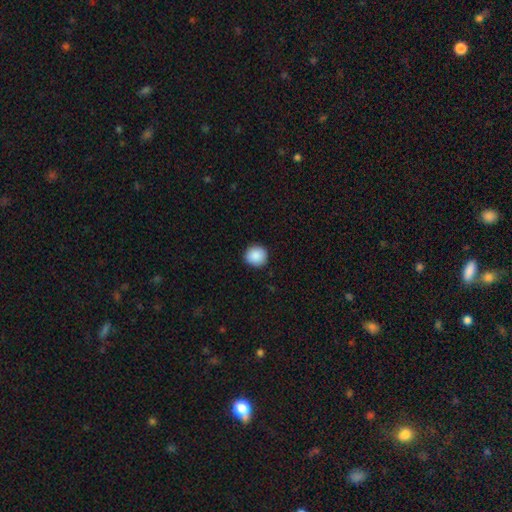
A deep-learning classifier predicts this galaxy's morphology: Smooth or featured? Predicted: smooth (p=0.89). How rounded? Predicted: round (p=0.92). Merging? Predicted: none (p=0.91).